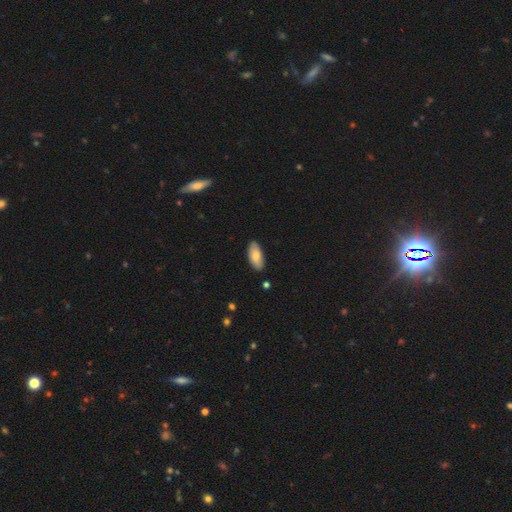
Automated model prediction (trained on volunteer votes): smooth 73%, featured or disk 21%, star or artifact 6%. Down the decision tree: how rounded — in between (90%); merging — none (86%).